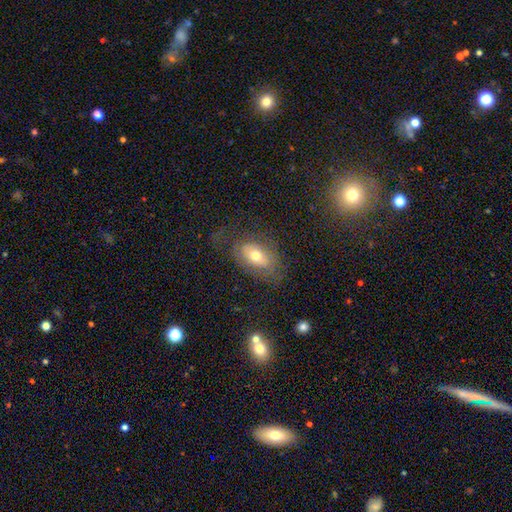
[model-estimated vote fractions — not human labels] Q: Smooth or featured?
A: smooth (59%); runner-up: featured or disk (31%)
Q: How rounded?
A: in between (87%); runner-up: round (11%)
Q: Merging?
A: none (62%); runner-up: minor disturbance (19%)